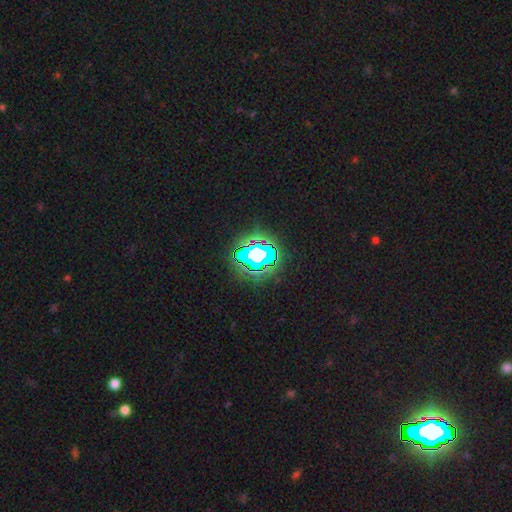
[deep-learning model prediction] Overall: star or artifact (63%).